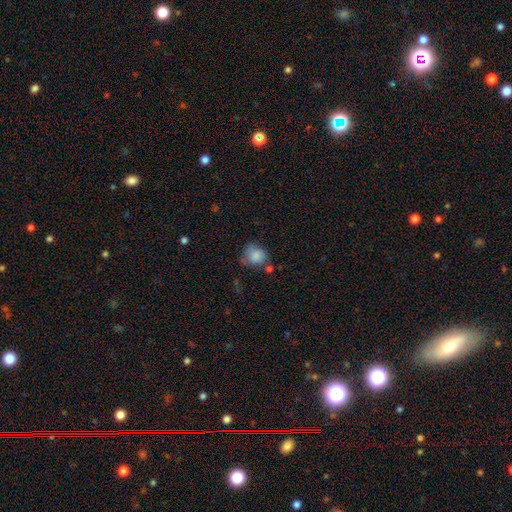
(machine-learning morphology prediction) This appears to be a smooth galaxy with no disk features (81%) that is round (73%). Merging: none (49%).